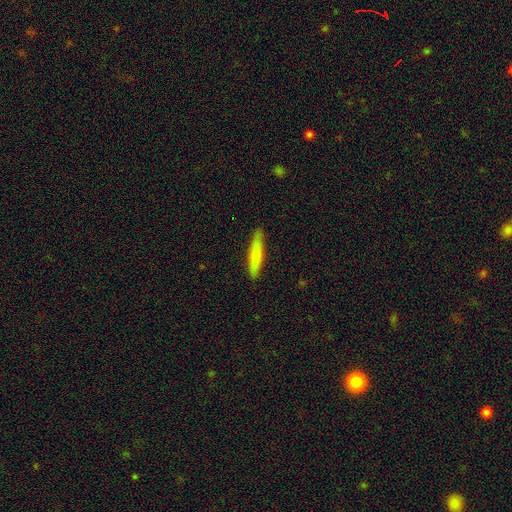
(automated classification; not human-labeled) smooth_or_featured: smooth (p=0.78) [alt: featured or disk p=0.16]
how_rounded: cigar-shaped (p=0.90) [alt: in between p=0.09]
merging: none (p=0.88) [alt: minor disturbance p=0.09]